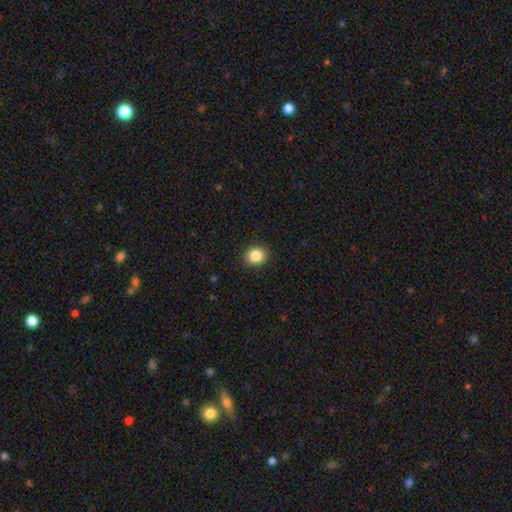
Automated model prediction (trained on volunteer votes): This is clearly a smooth galaxy (85%). How rounded: likely round (78%). Merging: clearly none (91%).